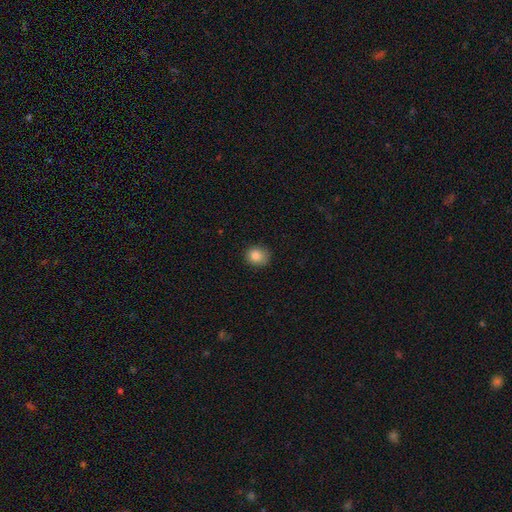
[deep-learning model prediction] Smooth or featured? Predicted: smooth (p=0.84). How rounded? Predicted: round (p=0.73). Merging? Predicted: none (p=0.80).